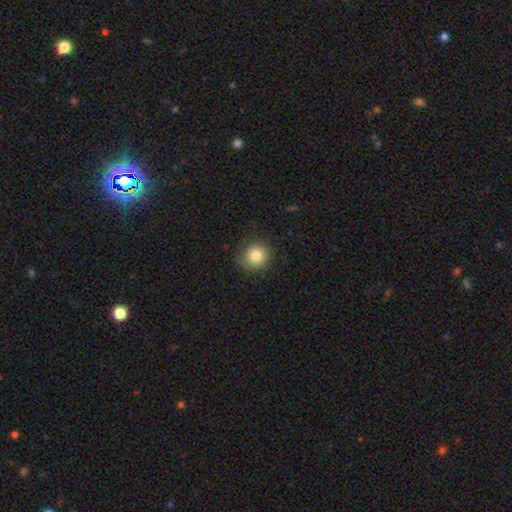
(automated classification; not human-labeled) This appears to be a smooth galaxy with no disk features (80%) that is round (89%). Merging: none (82%).